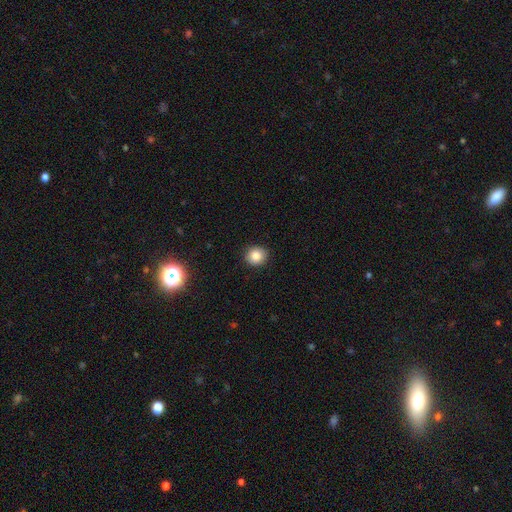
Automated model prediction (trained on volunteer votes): smooth-or-featured: smooth: 85% | star or artifact: 11% | featured or disk: 5%
  how-rounded: round: 88% | in between: 11% | cigar-shaped: 1%
  merging: none: 91% | minor disturbance: 6% | major disturbance: 2% | merger: 1%